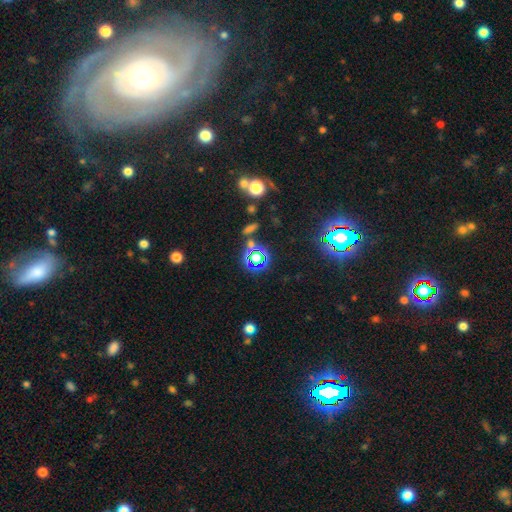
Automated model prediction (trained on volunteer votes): Smooth or featured?
  - star or artifact: 56% *
  - smooth: 33%
  - featured or disk: 11%